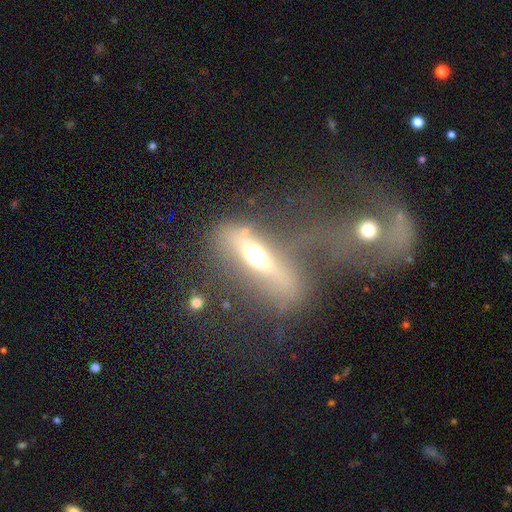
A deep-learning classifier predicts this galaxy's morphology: Overall: featured or disk (51%; smooth 36%). Edge-on disk: yes (51%; no 49%). Merging: major disturbance (45%; none 29%).